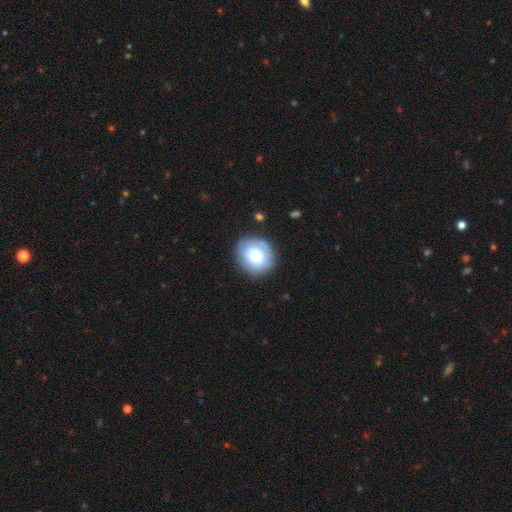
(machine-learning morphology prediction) Smooth or featured? smooth (71%)
How rounded? round (78%)
Merging? none (79%)